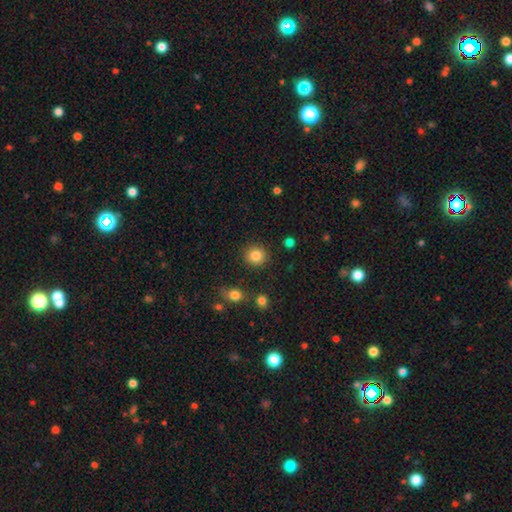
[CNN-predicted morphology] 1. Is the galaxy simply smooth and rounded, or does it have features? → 84% smooth, 10% star or artifact, 6% featured or disk.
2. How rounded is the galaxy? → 90% round, 9% in between, 1% cigar-shaped.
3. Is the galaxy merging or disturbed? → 89% none, 6% minor disturbance, 2% major disturbance, 2% merger.